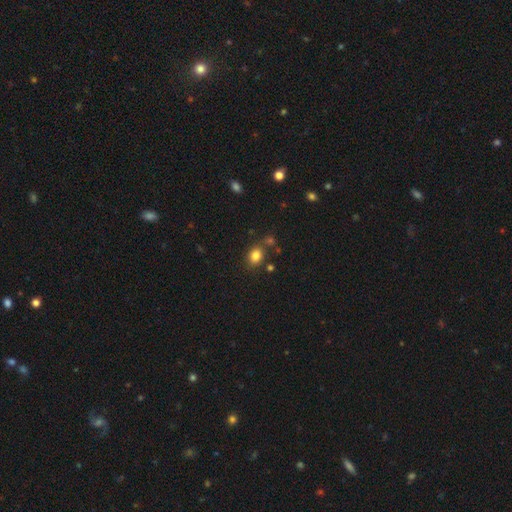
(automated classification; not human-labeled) smooth_or_featured: smooth (p=0.82) [alt: star or artifact p=0.12]
how_rounded: in between (p=0.55) [alt: round p=0.44]
merging: none (p=0.73) [alt: minor disturbance p=0.13]